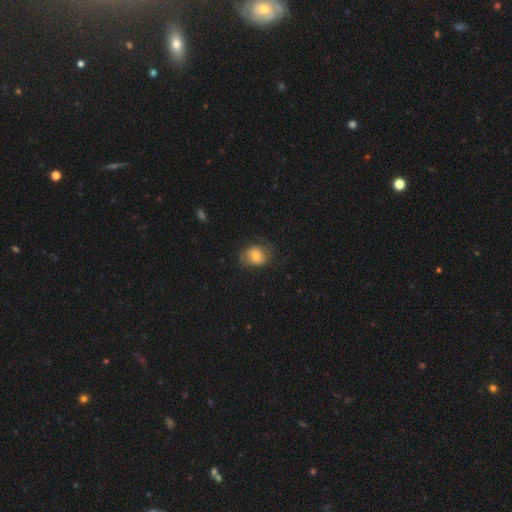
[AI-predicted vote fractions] smooth_or_featured: smooth (p=0.64) [alt: featured or disk p=0.28]
how_rounded: round (p=0.56) [alt: in between p=0.43]
merging: none (p=0.62) [alt: minor disturbance p=0.24]